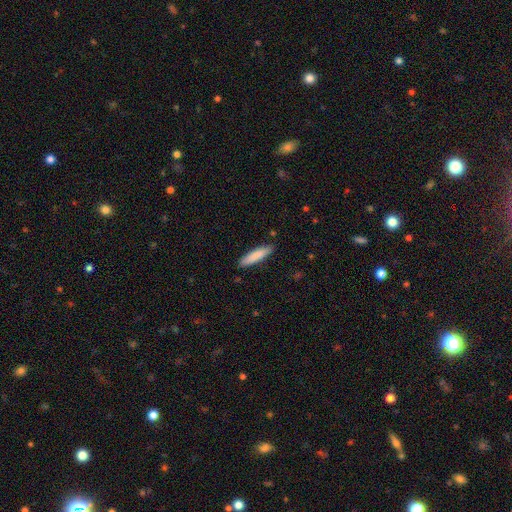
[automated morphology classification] Overall: smooth (84%). How rounded: cigar-shaped (81%). Merging: none (87%).